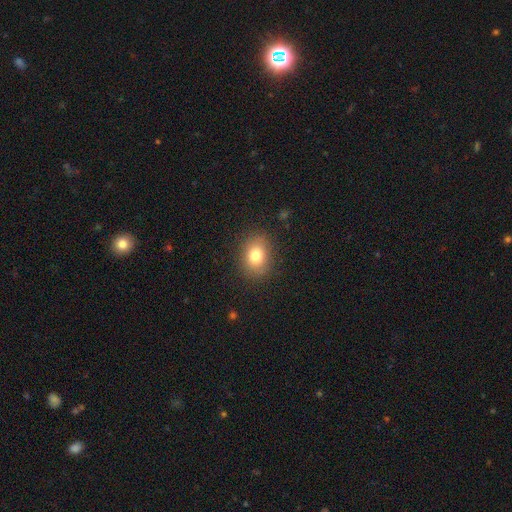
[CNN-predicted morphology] Q: Smooth or featured?
A: smooth (79%); runner-up: star or artifact (11%)
Q: How rounded?
A: in between (56%); runner-up: round (43%)
Q: Merging?
A: none (86%); runner-up: minor disturbance (10%)